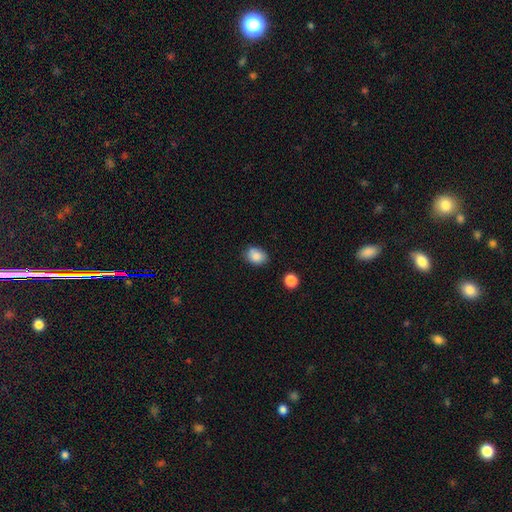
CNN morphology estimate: type=smooth (85%); roundness=in between (69%); merging=none (72%).